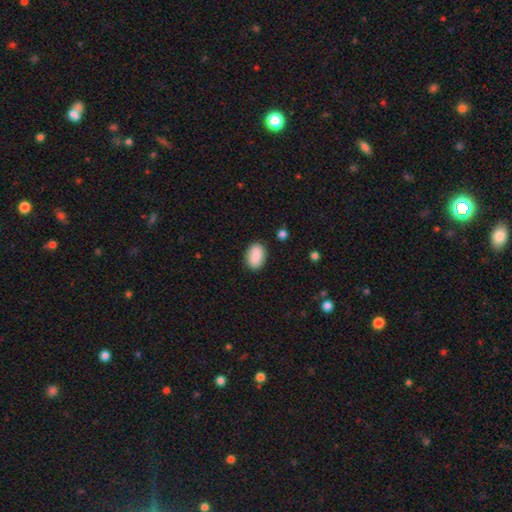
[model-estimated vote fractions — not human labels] This appears to be a smooth galaxy with no disk features (89%) that is in between round and cigar-shaped (87%). Merging: none (85%).